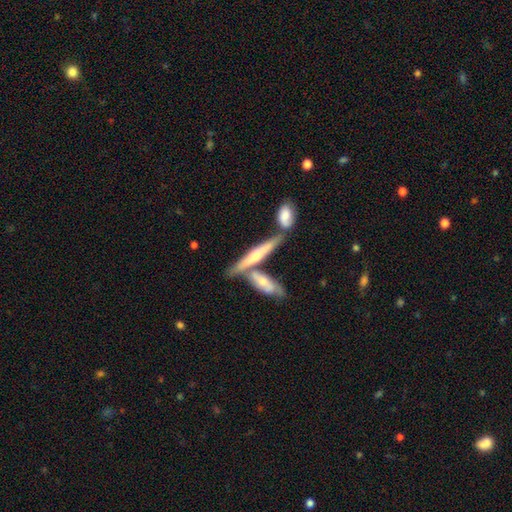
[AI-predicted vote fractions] This appears to be a featured or disk galaxy (51%) viewed edge-on (85%). Merging: none (49%).